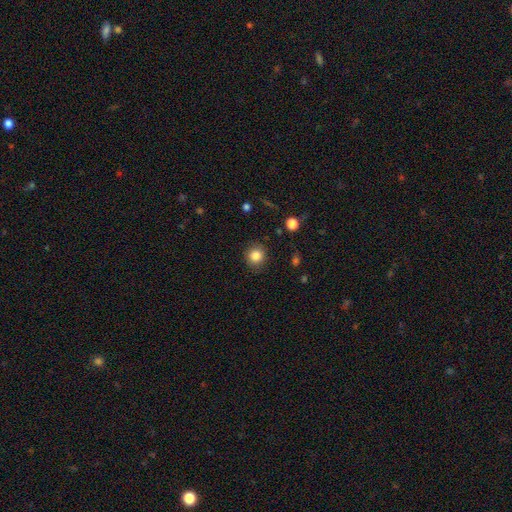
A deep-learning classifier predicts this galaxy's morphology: This appears to be a smooth galaxy with no disk features (85%) that is round (91%). Merging: none (88%).